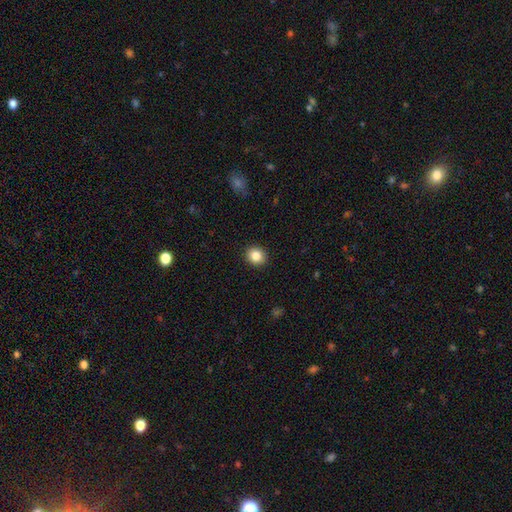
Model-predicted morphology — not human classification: Q: Smooth or featured?
A: smooth (85%); runner-up: star or artifact (10%)
Q: How rounded?
A: round (82%); runner-up: in between (17%)
Q: Merging?
A: none (92%); runner-up: minor disturbance (5%)